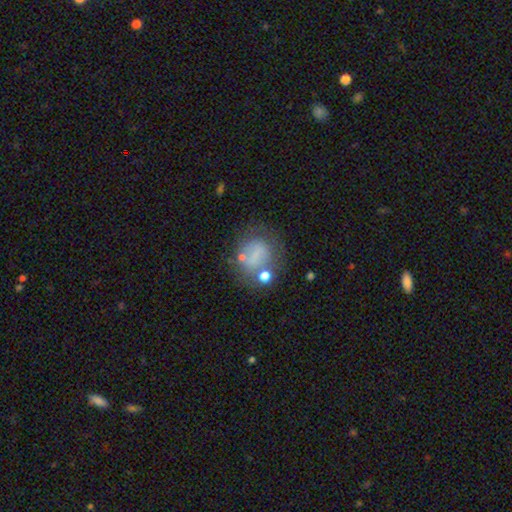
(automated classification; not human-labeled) This appears to be a smooth galaxy with no disk features (60%) that is round (67%). Merging: none (47%).